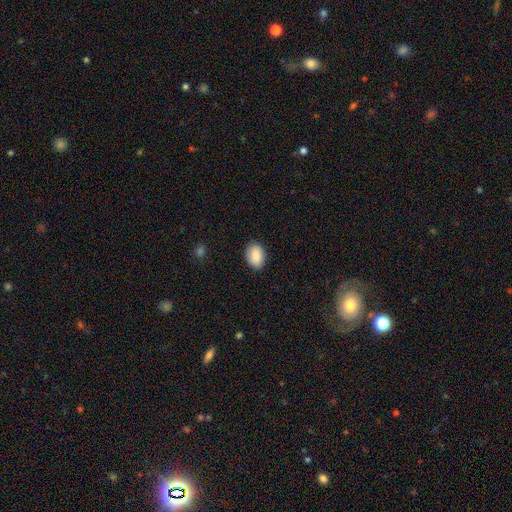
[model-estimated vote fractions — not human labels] Smooth or featured? Predicted: smooth (p=0.86). How rounded? Predicted: in between (p=0.80). Merging? Predicted: none (p=0.87).